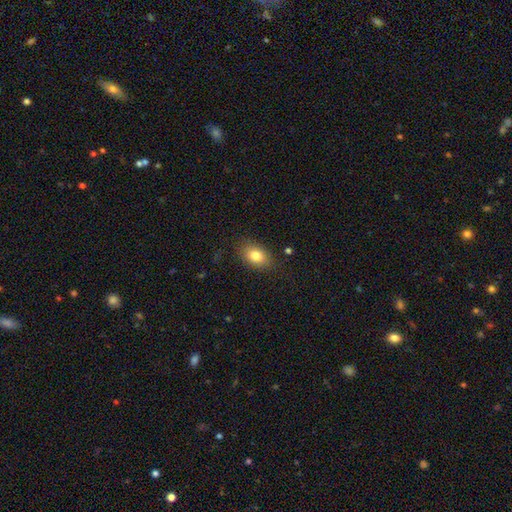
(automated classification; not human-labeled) This appears to be a smooth galaxy with no disk features (81%) that is in between round and cigar-shaped (83%). Merging: none (83%).